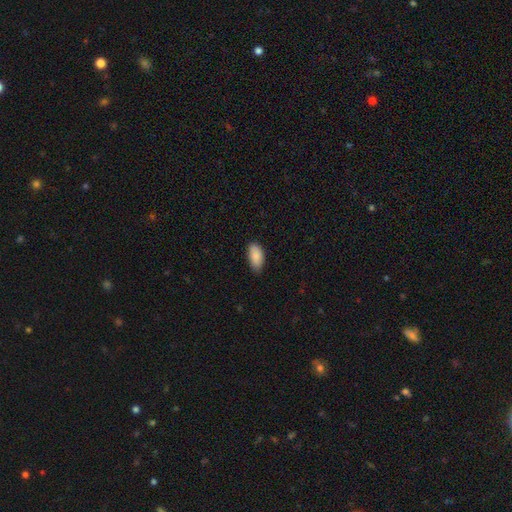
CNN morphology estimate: Smooth or featured?
  - smooth: 88% *
  - star or artifact: 6%
  - featured or disk: 6%
How rounded?
  - in between: 94% *
  - cigar-shaped: 4%
  - round: 2%
Merging?
  - none: 77% *
  - minor disturbance: 19%
  - major disturbance: 2%
  - merger: 1%